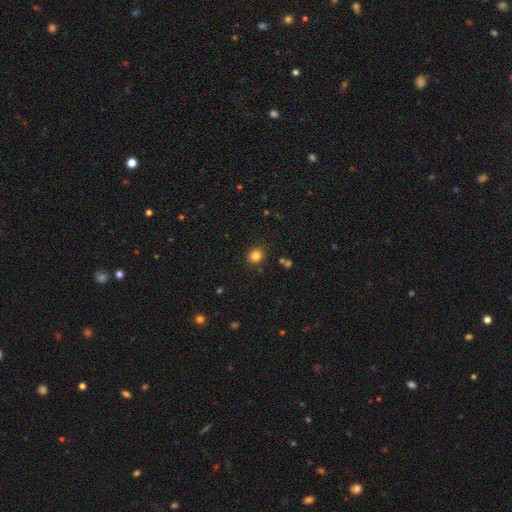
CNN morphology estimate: type=smooth (83%); roundness=round (79%); merging=none (88%).